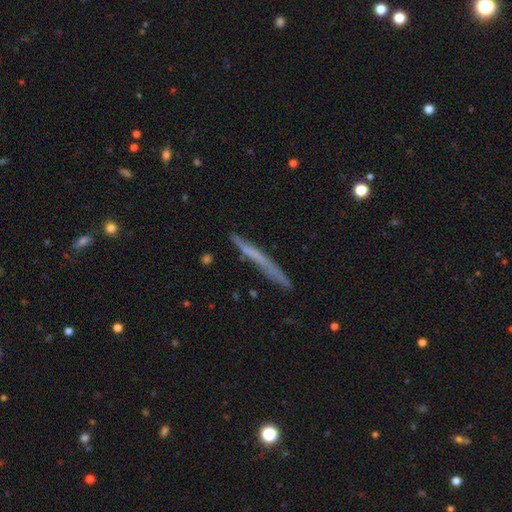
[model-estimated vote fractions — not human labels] smooth_or_featured: smooth (p=0.49) [alt: featured or disk p=0.44]
merging: none (p=0.82) [alt: minor disturbance p=0.14]